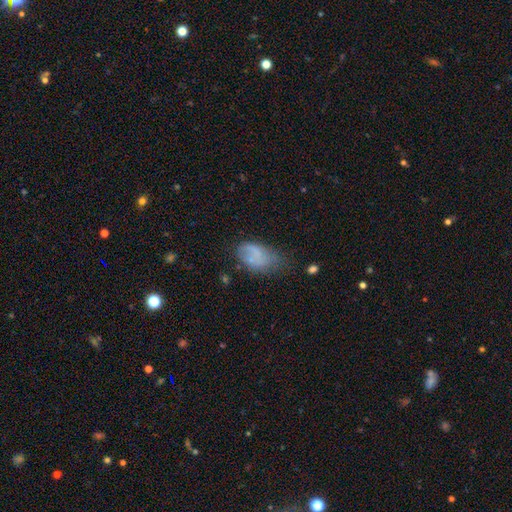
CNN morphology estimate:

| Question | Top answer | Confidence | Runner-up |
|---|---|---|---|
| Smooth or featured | smooth | 63% | featured or disk (26%) |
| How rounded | in between | 91% | round (8%) |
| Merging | none | 37% | minor disturbance (34%) |